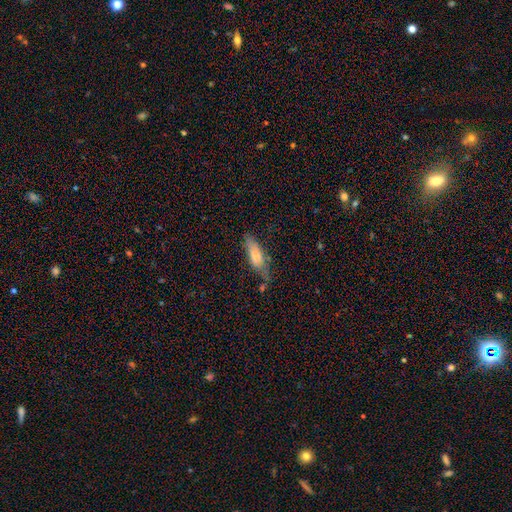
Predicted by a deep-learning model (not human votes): smooth-or-featured: smooth: 75% | featured or disk: 17% | star or artifact: 8%
  how-rounded: in between: 51% | cigar-shaped: 47% | round: 2%
  merging: none: 50% | minor disturbance: 32% | major disturbance: 11% | merger: 7%